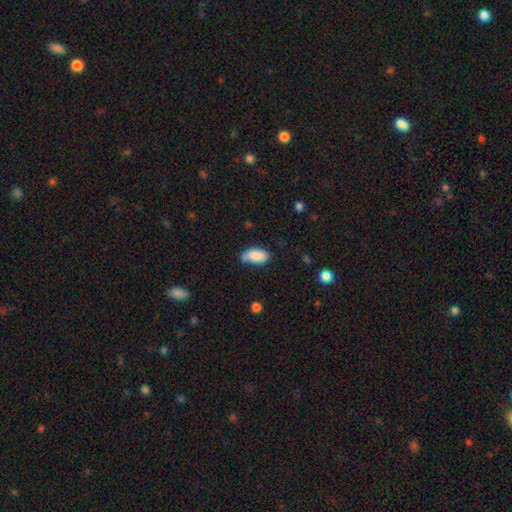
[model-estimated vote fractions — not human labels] Overall: smooth (85%). How rounded: in between (93%). Merging: none (59%; minor disturbance 28%).